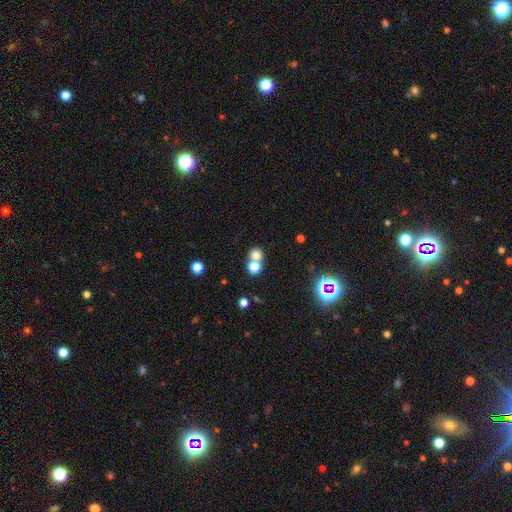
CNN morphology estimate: smooth-or-featured: smooth: 72% | star or artifact: 18% | featured or disk: 9%
  how-rounded: round: 80% | in between: 19% | cigar-shaped: 1%
  merging: none: 48% | merger: 43% | minor disturbance: 6% | major disturbance: 3%